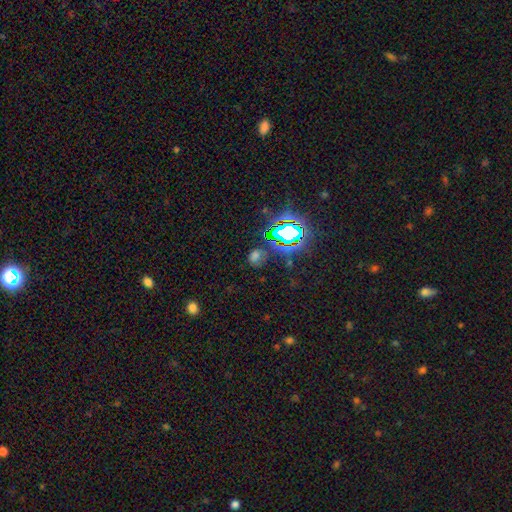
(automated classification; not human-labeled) Smooth or featured? smooth (50%)
Merging? none (68%)